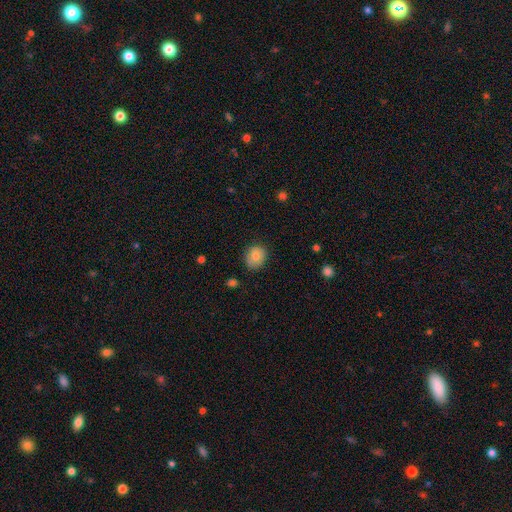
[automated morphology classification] Smooth or featured: smooth — 79% (featured or disk — 13%)
How rounded: round — 64% (in between — 35%)
Merging: none — 77% (minor disturbance — 18%)